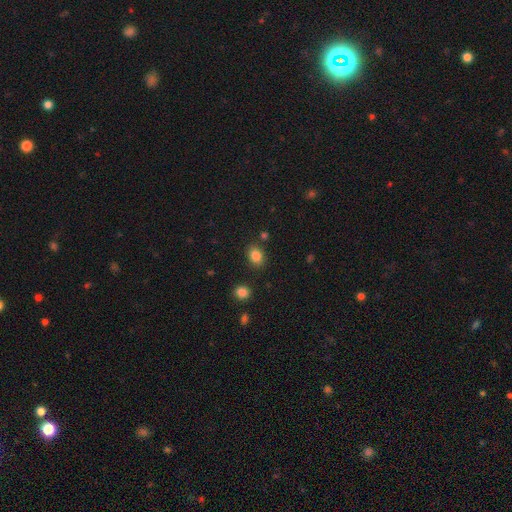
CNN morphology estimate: Overall: smooth (85%). How rounded: in between (68%; round 31%). Merging: none (83%).